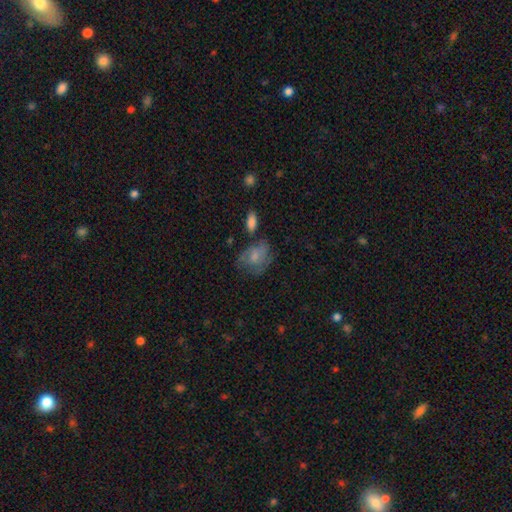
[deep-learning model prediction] smooth_or_featured: smooth (p=0.57) [alt: featured or disk p=0.35]
how_rounded: in between (p=0.66) [alt: round p=0.33]
merging: none (p=0.46) [alt: minor disturbance p=0.28]